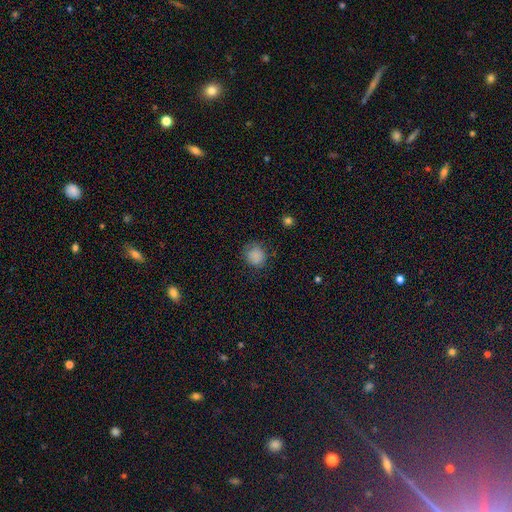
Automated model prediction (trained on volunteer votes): Smooth or featured? Predicted: smooth (p=0.85). How rounded? Predicted: round (p=0.84). Merging? Predicted: none (p=0.79).